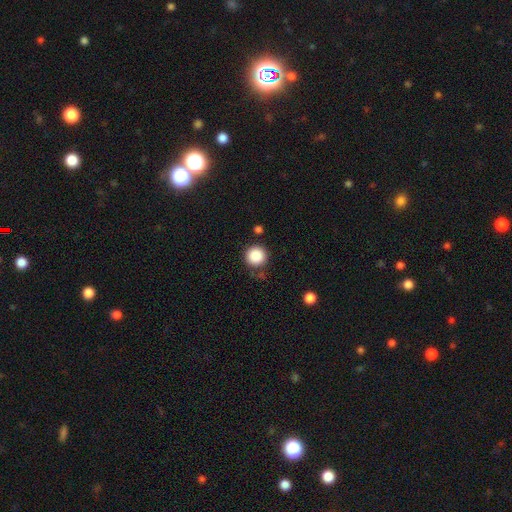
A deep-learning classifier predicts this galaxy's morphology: type=smooth (87%); roundness=round (95%); merging=none (81%).